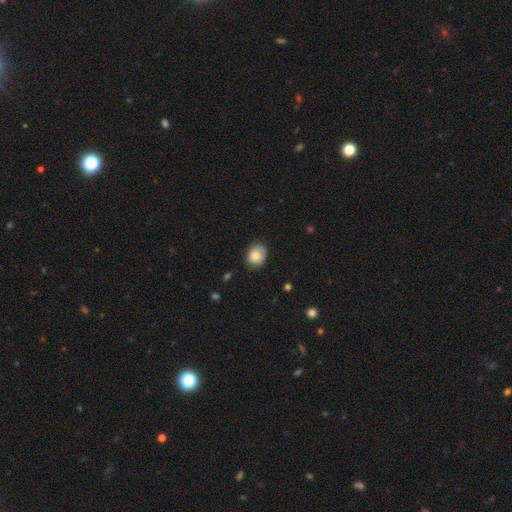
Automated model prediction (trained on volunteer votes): smooth-or-featured: smooth: 79% | featured or disk: 13% | star or artifact: 8%
  how-rounded: in between: 54% | round: 45% | cigar-shaped: 1%
  merging: none: 69% | minor disturbance: 25% | major disturbance: 5% | merger: 1%